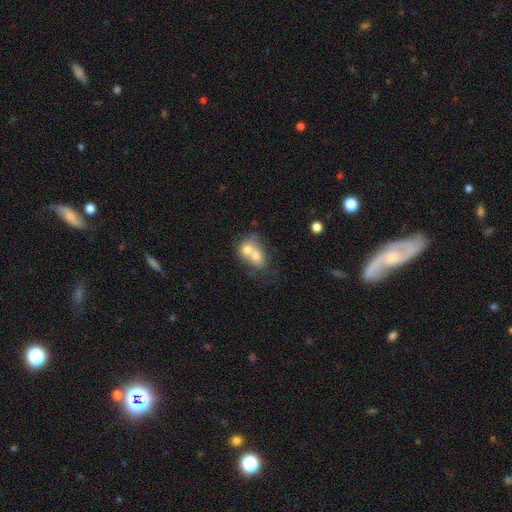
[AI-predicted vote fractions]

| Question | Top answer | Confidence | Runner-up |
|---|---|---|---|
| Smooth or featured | smooth | 66% | featured or disk (26%) |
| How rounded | in between | 53% | round (45%) |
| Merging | merger | 75% | none (15%) |